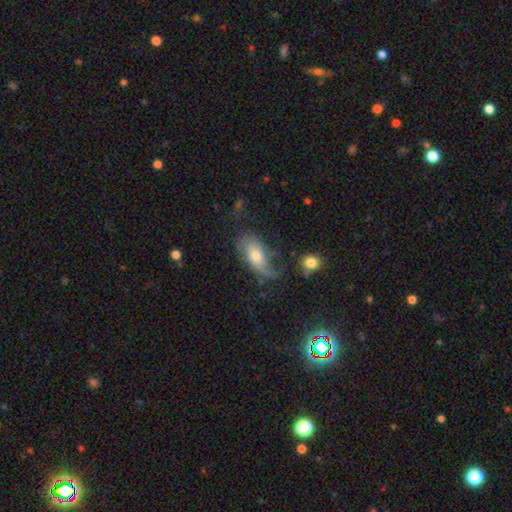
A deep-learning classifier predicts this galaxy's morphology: Smooth or featured? smooth (47%)
Merging? none (40%)